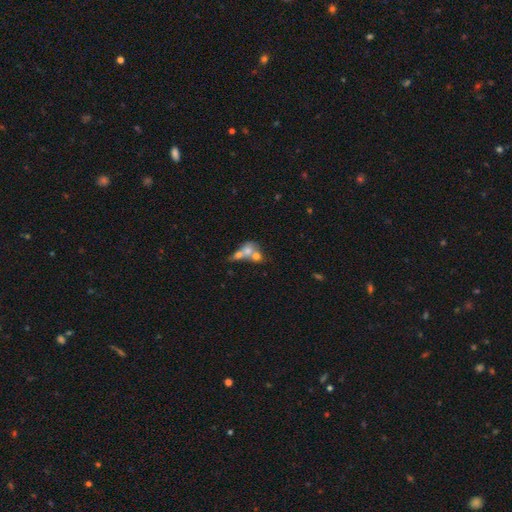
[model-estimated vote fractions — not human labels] This is possibly a smooth galaxy (57%). How rounded: possibly round (54%). Merging: likely merger (70%).